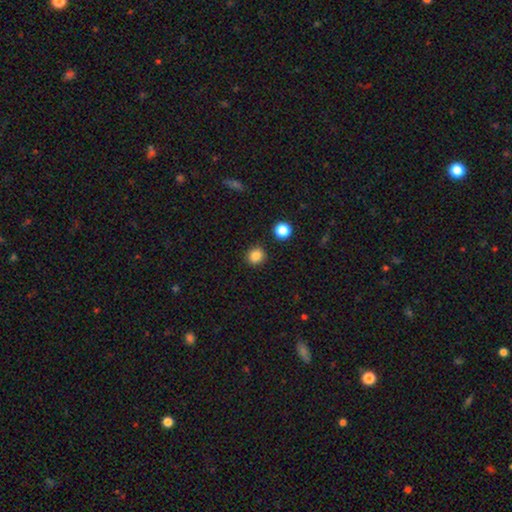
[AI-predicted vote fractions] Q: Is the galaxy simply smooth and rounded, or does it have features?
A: smooth — 85%.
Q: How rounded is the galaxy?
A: round — 86%.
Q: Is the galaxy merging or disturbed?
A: none — 89%.